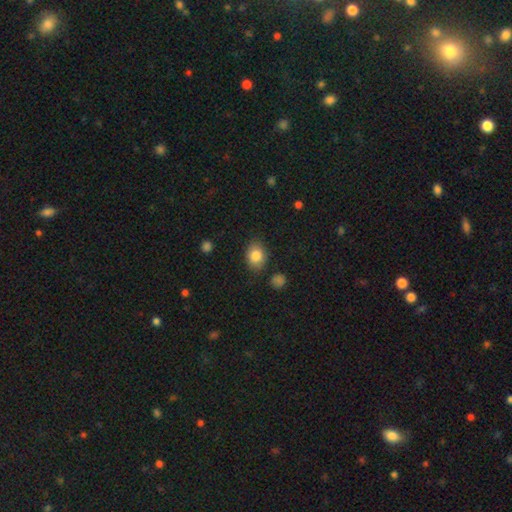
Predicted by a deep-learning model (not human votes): Smooth or featured? smooth (83%)
How rounded? in between (61%)
Merging? none (82%)